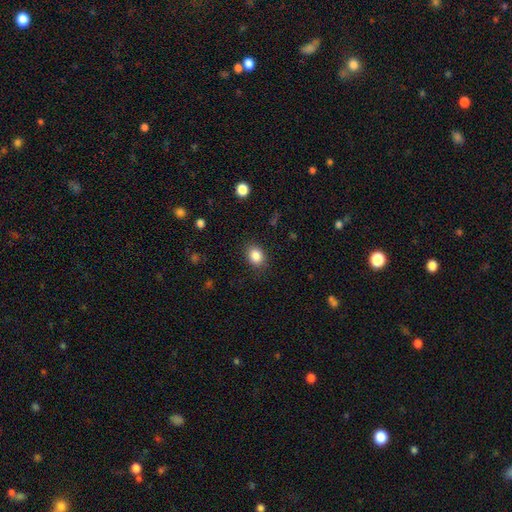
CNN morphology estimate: This is clearly a smooth galaxy (86%). How rounded: possibly round (51%). Merging: clearly none (85%).